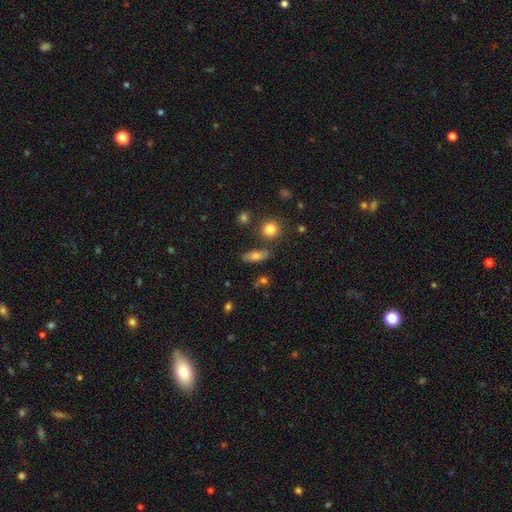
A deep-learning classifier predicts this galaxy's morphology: This appears to be a smooth galaxy with no disk features (73%) that is in between round and cigar-shaped (68%). Merging: none (78%).